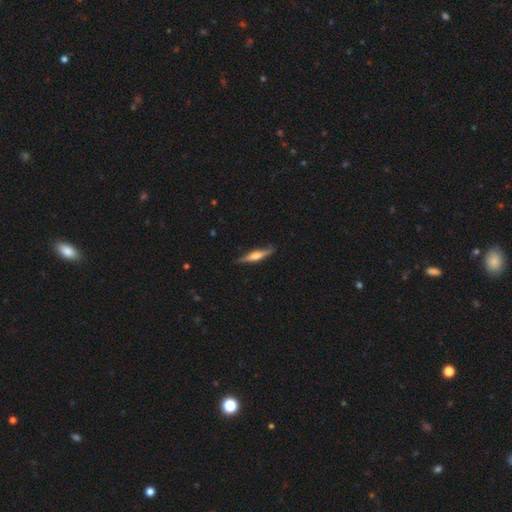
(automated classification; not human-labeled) Smooth or featured: featured or disk — 61% (smooth — 34%)
Edge-on disk: yes — 95% (no — 5%)
Edge-on bulge: rounded — 82% (boxy — 12%)
Merging: none — 82% (minor disturbance — 14%)